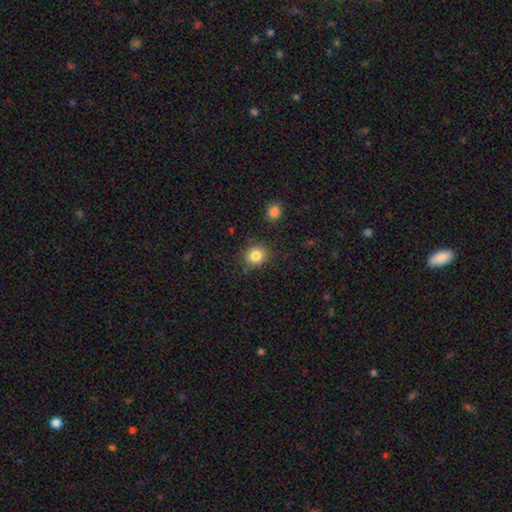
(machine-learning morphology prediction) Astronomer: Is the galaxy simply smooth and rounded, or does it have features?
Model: smooth — 84%.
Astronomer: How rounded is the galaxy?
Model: round — 84%.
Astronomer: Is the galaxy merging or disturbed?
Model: none — 84%.